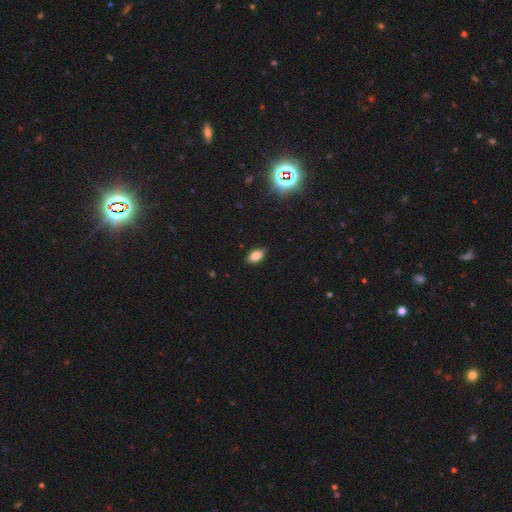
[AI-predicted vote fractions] Overall: smooth (81%). How rounded: in between (89%). Merging: none (86%).